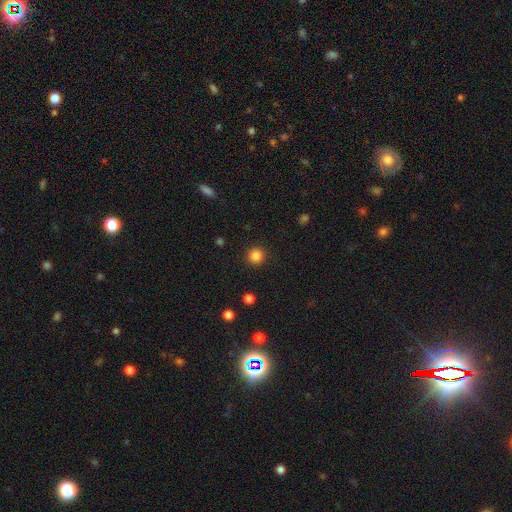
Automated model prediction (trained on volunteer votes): A smooth galaxy with no disk features (85%) that is round (95%). Merging: none (92%).